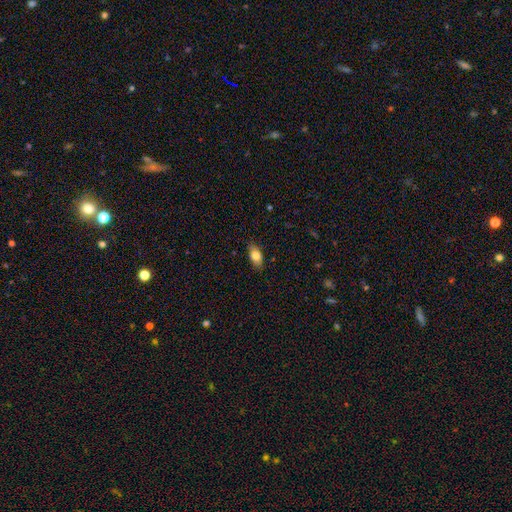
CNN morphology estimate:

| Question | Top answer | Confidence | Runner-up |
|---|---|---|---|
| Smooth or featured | smooth | 80% | featured or disk (13%) |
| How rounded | in between | 86% | cigar-shaped (8%) |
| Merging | none | 85% | minor disturbance (12%) |